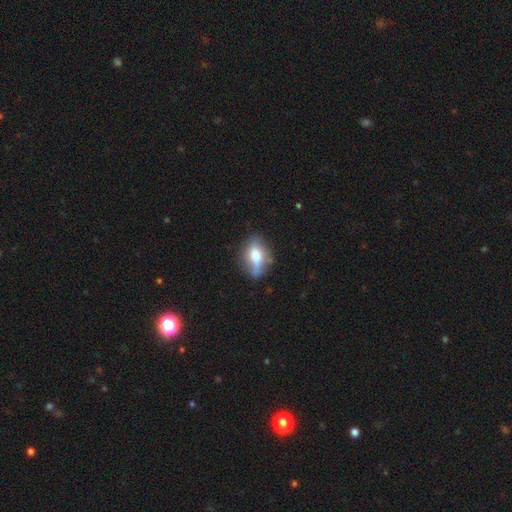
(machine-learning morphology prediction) This appears to be a smooth galaxy with no disk features (60%) that is in between round and cigar-shaped (78%). Merging: none (57%).